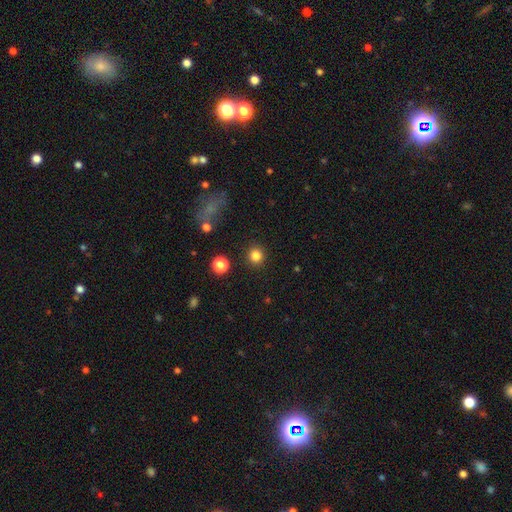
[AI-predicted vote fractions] smooth-or-featured: smooth: 83% | star or artifact: 13% | featured or disk: 4%
  how-rounded: round: 91% | in between: 8% | cigar-shaped: 1%
  merging: none: 90% | minor disturbance: 6% | major disturbance: 2% | merger: 2%